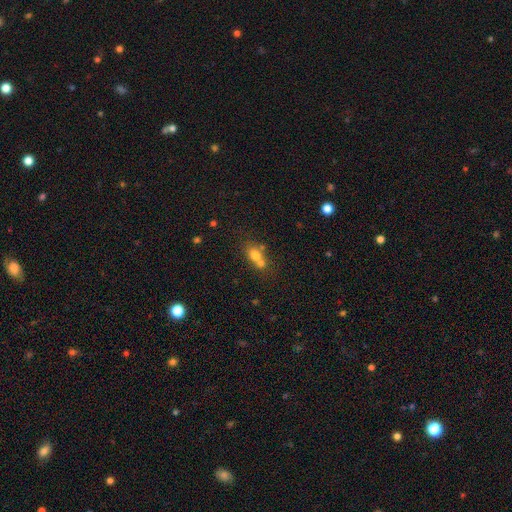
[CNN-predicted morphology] Smooth or featured? Predicted: smooth (p=0.69). How rounded? Predicted: in between (p=0.53). Merging? Predicted: merger (p=0.53).